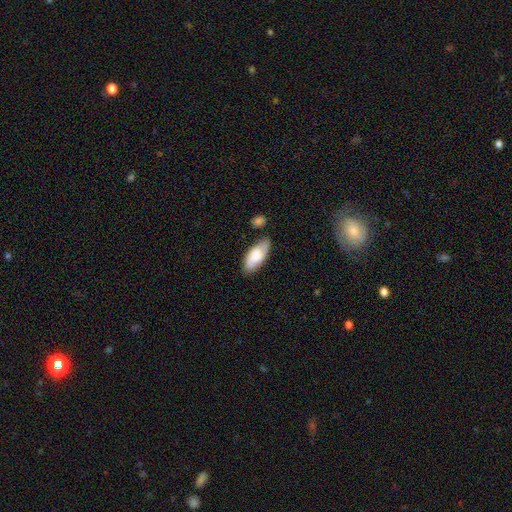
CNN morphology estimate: Overall: smooth (72%). How rounded: in between (86%). Merging: none (69%).